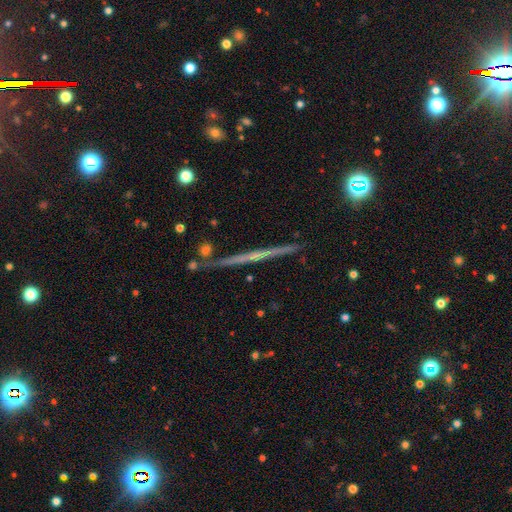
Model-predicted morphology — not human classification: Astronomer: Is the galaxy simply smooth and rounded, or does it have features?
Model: featured or disk — 75%.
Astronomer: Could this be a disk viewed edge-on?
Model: yes — 98%.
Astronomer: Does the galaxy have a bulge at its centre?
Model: none — 60%.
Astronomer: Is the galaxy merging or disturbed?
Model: none — 88%.